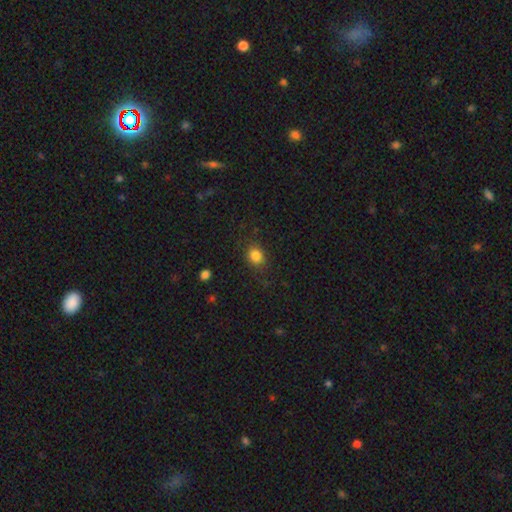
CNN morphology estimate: Q: Smooth or featured?
A: smooth (83%); runner-up: star or artifact (11%)
Q: How rounded?
A: round (54%); runner-up: in between (45%)
Q: Merging?
A: none (82%); runner-up: minor disturbance (13%)